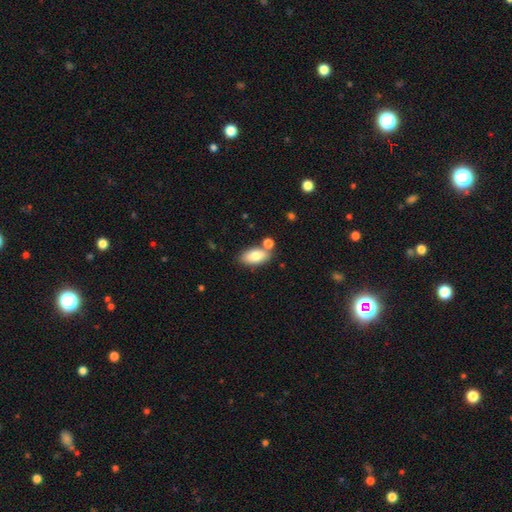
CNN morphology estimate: Overall: smooth (79%). How rounded: in between (91%). Merging: none (69%).